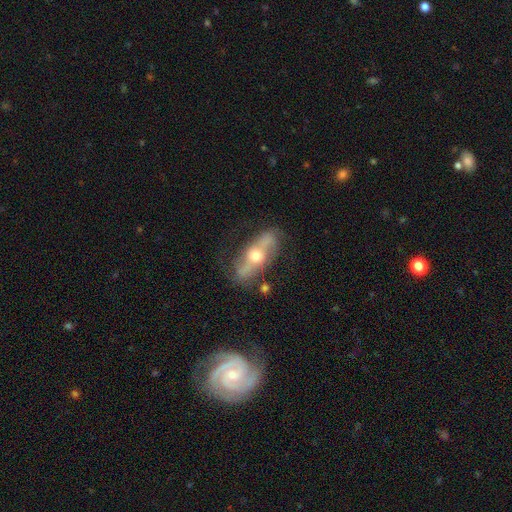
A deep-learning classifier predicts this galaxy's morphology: smooth-or-featured: featured or disk: 76% | smooth: 17% | star or artifact: 6%
  disk-edge-on: no: 74% | yes: 26%
    bar: no: 48% | weak: 28% | strong: 25%
    has-spiral-arms: yes: 78% | no: 22%
    bulge-size: moderate: 68% | small: 21% | large: 8% | none: 1% | dominant: 1%
  merging: none: 70% | minor disturbance: 19% | major disturbance: 8% | merger: 4%